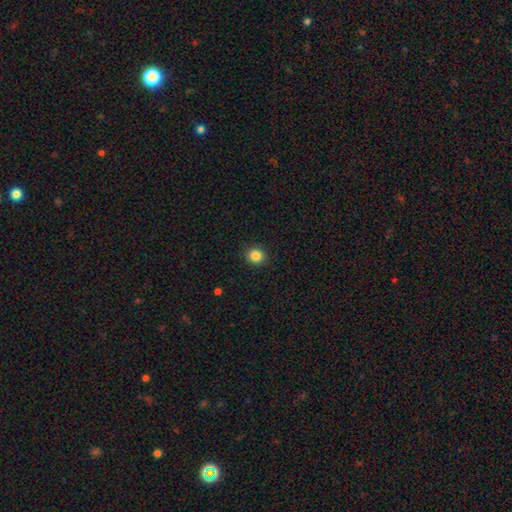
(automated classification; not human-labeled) smooth-or-featured: smooth: 86% | star or artifact: 11% | featured or disk: 4%
  how-rounded: round: 85% | in between: 14% | cigar-shaped: 1%
  merging: none: 91% | minor disturbance: 6% | major disturbance: 2% | merger: 1%